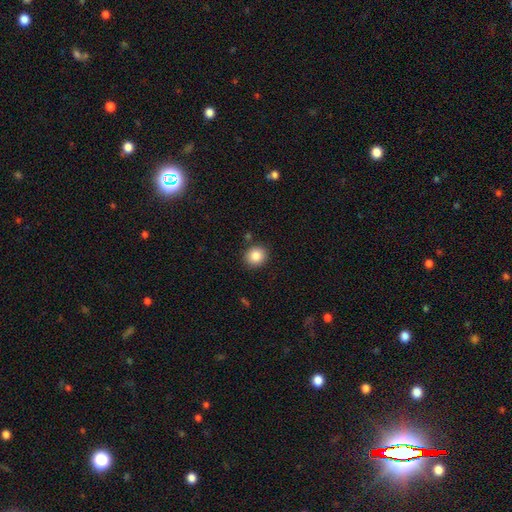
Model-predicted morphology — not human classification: This appears to be a smooth galaxy with no disk features (86%) that is round (81%). Merging: none (88%).